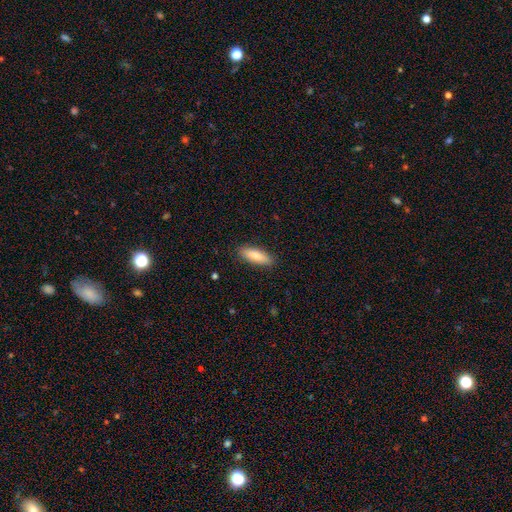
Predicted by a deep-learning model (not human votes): Morphology: type=smooth (80%); roundness=in between (54%); merging=none (88%).